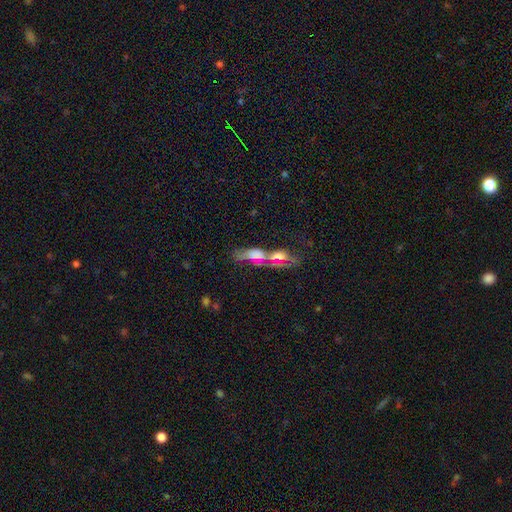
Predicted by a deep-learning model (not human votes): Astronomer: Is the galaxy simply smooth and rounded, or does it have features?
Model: smooth — 48% (runner-up: featured or disk, 29%).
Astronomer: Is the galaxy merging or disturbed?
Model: merger — 43% (runner-up: none, 32%).